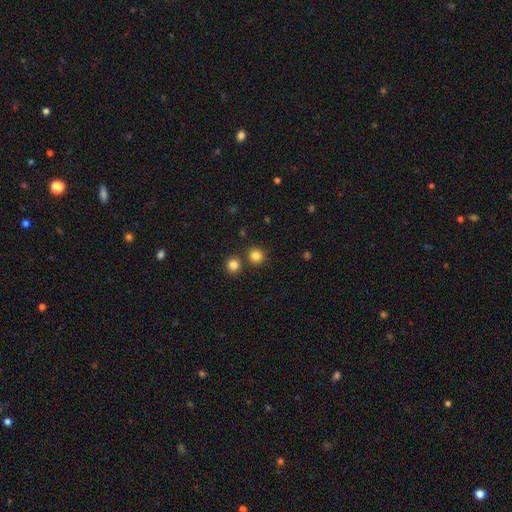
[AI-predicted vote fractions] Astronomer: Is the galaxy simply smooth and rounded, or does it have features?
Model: smooth — 83%.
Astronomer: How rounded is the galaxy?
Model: round — 92%.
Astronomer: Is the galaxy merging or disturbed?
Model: none — 81%.